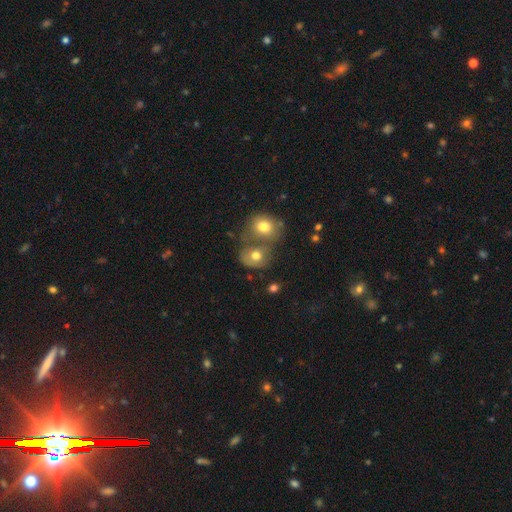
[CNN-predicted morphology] Smooth or featured?
  - smooth: 72% *
  - featured or disk: 18%
  - star or artifact: 11%
How rounded?
  - round: 64% *
  - in between: 35%
  - cigar-shaped: 1%
Merging?
  - merger: 52% *
  - none: 32%
  - minor disturbance: 10%
  - major disturbance: 6%